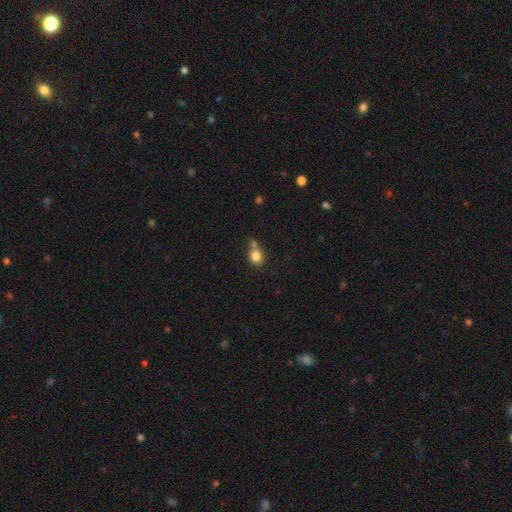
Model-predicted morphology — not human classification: type=smooth (82%); roundness=round (70%); merging=none (48%).